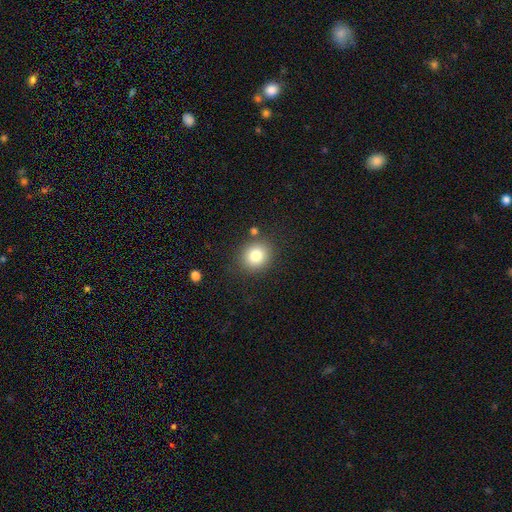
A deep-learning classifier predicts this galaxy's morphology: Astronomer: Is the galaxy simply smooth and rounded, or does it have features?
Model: smooth — 81%.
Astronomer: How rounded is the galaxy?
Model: round — 81%.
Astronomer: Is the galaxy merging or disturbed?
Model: none — 84%.